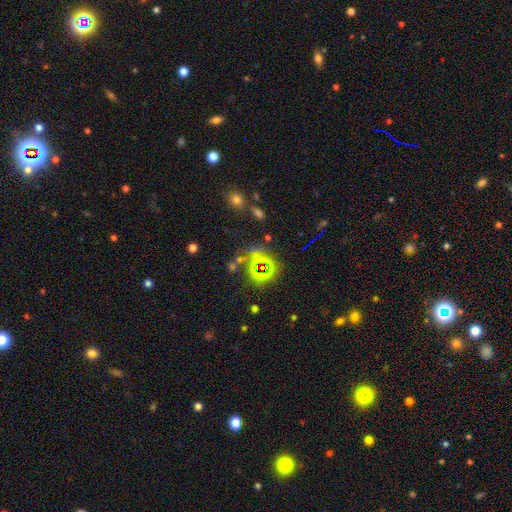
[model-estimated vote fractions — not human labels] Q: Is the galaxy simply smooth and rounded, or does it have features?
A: star or artifact — 66%.